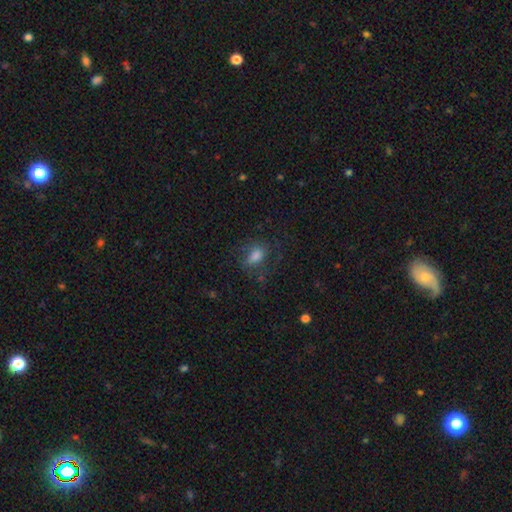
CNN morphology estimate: A smooth galaxy with no disk features (68%) that is in between round and cigar-shaped (79%).

Vote fractions:
- Smooth or featured? smooth: 68% / featured or disk: 18% / star or artifact: 14%
- How rounded? in between: 79% / round: 16% / cigar-shaped: 5%
- Merging? none: 61% / minor disturbance: 20% / major disturbance: 16% / merger: 2%